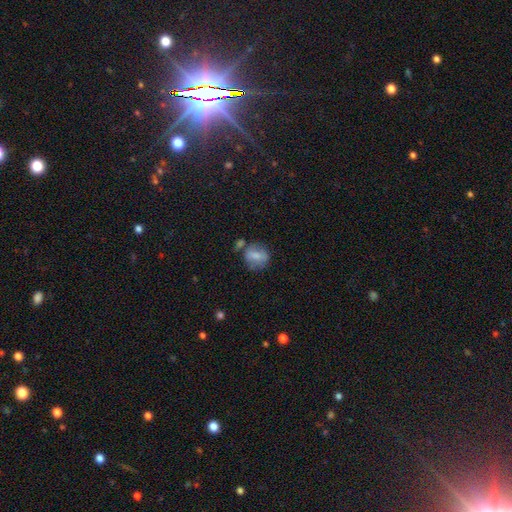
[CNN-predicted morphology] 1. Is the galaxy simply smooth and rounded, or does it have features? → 66% smooth, 25% featured or disk, 9% star or artifact.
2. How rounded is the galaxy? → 68% round, 31% in between, 2% cigar-shaped.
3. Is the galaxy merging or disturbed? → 53% none, 21% minor disturbance, 18% merger, 9% major disturbance.